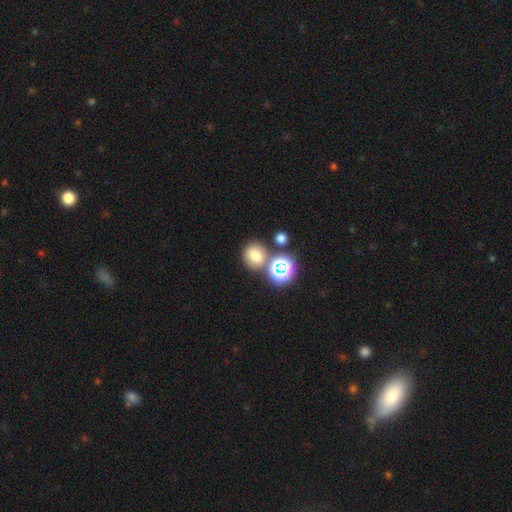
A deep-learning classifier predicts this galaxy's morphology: This appears to be a smooth galaxy with no disk features (71%) that is round (76%). Merging: none (67%).